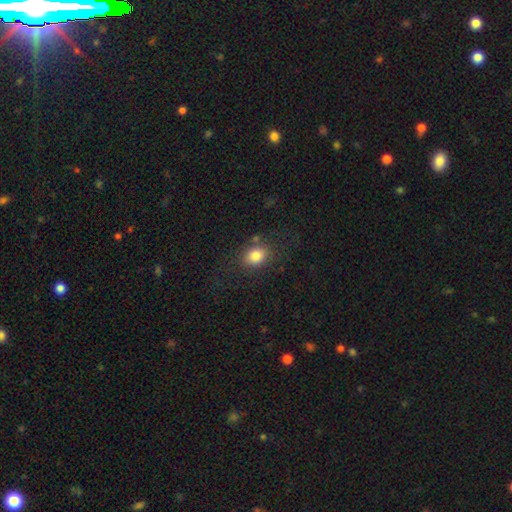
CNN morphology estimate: Smooth or featured?
  - smooth: 81% *
  - star or artifact: 10%
  - featured or disk: 8%
How rounded?
  - in between: 55% *
  - round: 44%
  - cigar-shaped: 1%
Merging?
  - none: 75% *
  - minor disturbance: 14%
  - major disturbance: 6%
  - merger: 5%